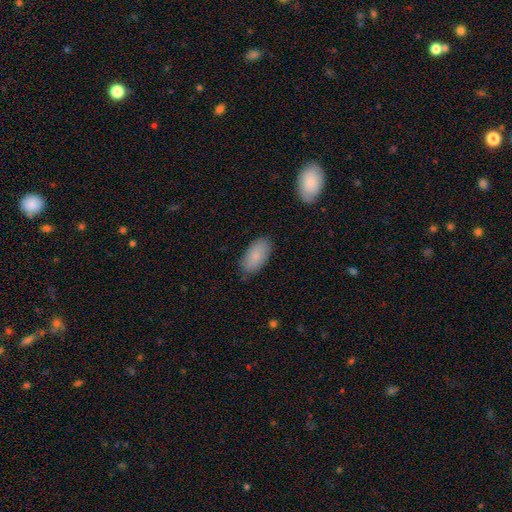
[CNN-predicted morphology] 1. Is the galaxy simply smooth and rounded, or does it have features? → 85% smooth, 9% featured or disk, 6% star or artifact.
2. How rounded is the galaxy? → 94% in between, 3% cigar-shaped, 3% round.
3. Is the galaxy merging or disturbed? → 84% none, 12% minor disturbance, 3% major disturbance, 1% merger.